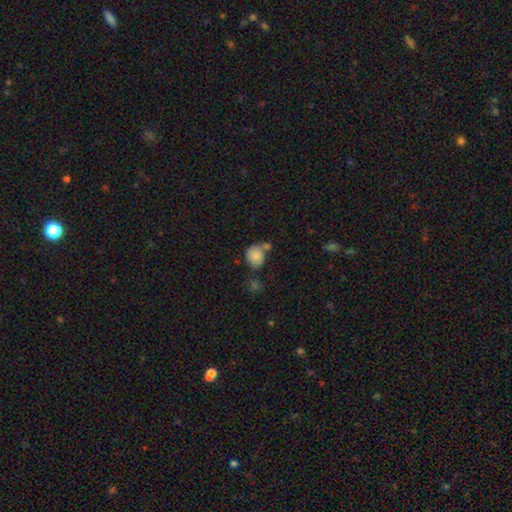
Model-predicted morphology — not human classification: Smooth or featured? Predicted: smooth (p=0.81). How rounded? Predicted: round (p=0.70). Merging? Predicted: none (p=0.50).